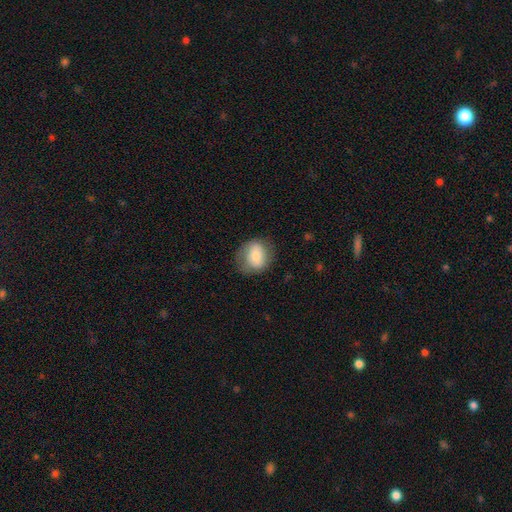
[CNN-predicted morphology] Smooth or featured? smooth (75%)
How rounded? round (58%)
Merging? none (70%)